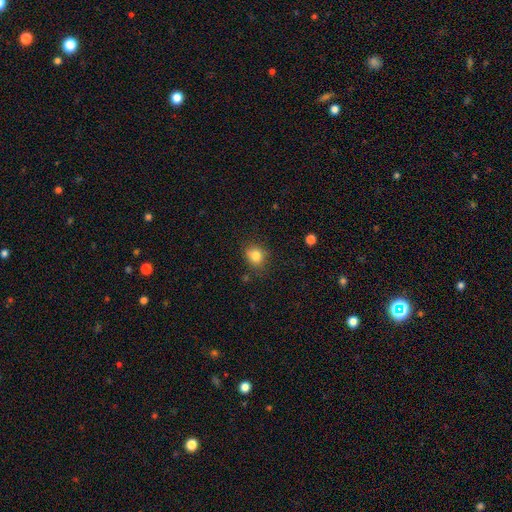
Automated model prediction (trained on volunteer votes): This appears to be a smooth galaxy with no disk features (81%) that is round (68%). Merging: none (75%).